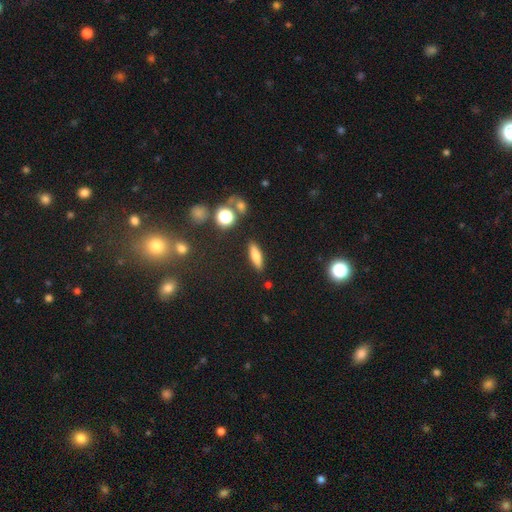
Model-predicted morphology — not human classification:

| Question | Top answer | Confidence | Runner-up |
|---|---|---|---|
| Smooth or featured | smooth | 69% | featured or disk (21%) |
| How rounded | cigar-shaped | 55% | in between (41%) |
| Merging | none | 86% | minor disturbance (9%) |